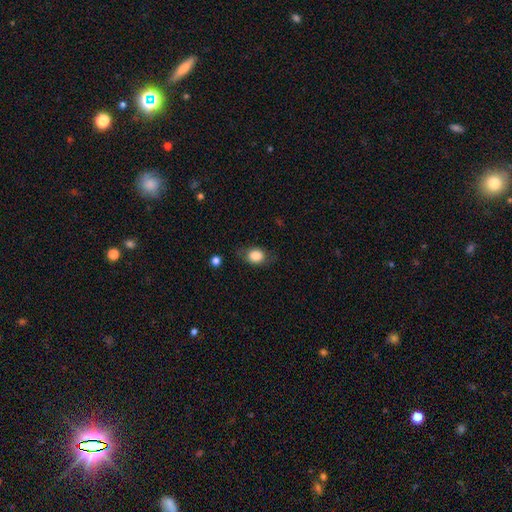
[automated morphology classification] smooth_or_featured: smooth (p=0.83) [alt: star or artifact p=0.08]
how_rounded: in between (p=0.56) [alt: round p=0.43]
merging: none (p=0.73) [alt: minor disturbance p=0.19]